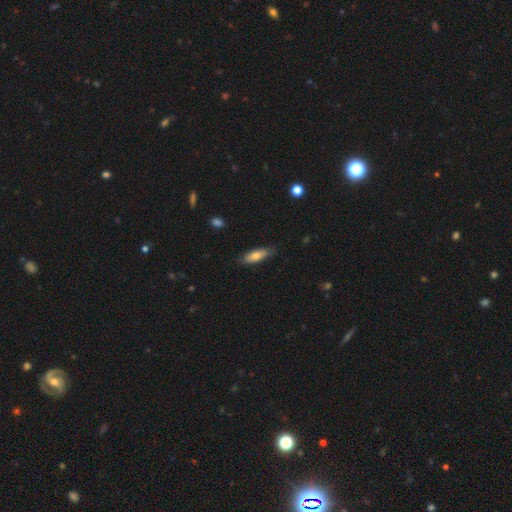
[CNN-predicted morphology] Smooth or featured: smooth — 71% (featured or disk — 23%)
How rounded: cigar-shaped — 49% (tied with in between — 49%)
Merging: none — 81% (minor disturbance — 15%)